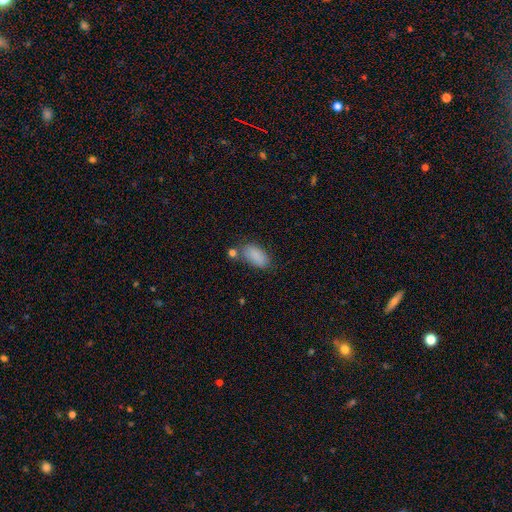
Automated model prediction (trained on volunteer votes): Smooth or featured? smooth (86%)
How rounded? in between (93%)
Merging? none (63%)